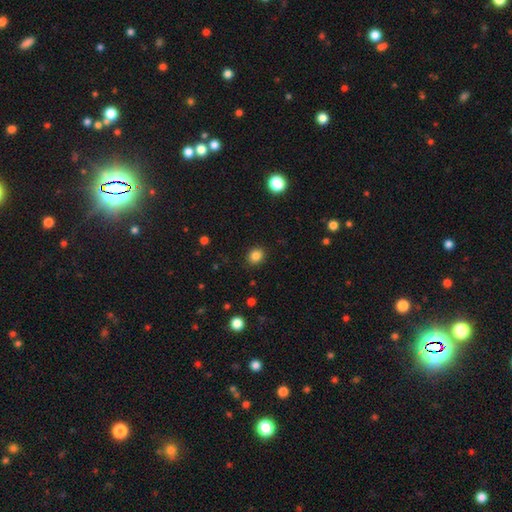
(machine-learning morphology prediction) This is clearly a smooth galaxy (85%). How rounded: likely round (69%). Merging: clearly none (88%).